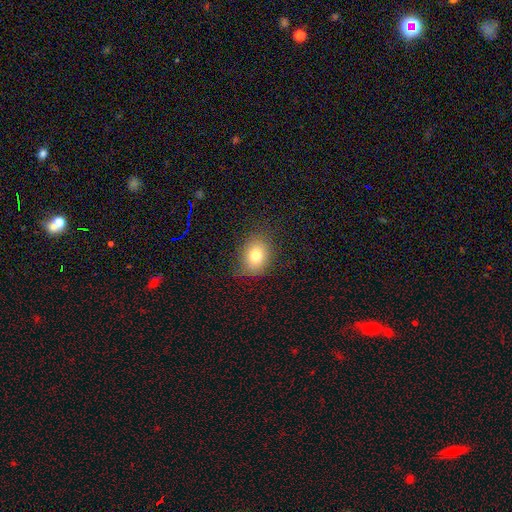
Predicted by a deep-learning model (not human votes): This is likely a smooth galaxy (78%). How rounded: possibly in between (52%). Merging: likely none (77%).